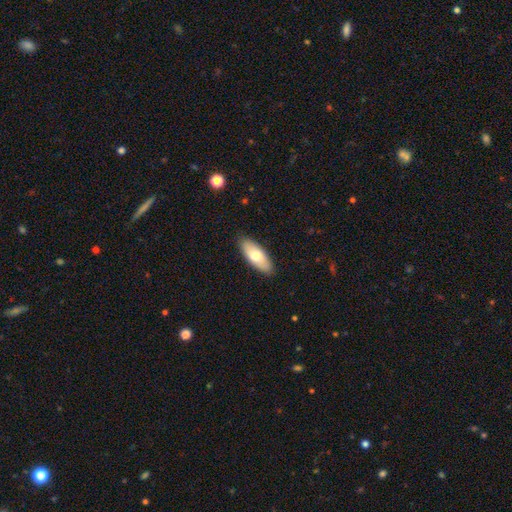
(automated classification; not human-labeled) smooth 73%, featured or disk 21%, star or artifact 5%. Down the decision tree: how rounded — in between (78%); merging — none (89%).